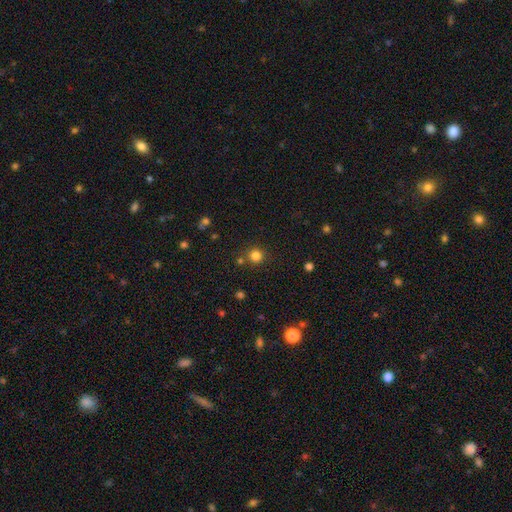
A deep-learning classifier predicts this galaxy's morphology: A smooth galaxy with no disk features (80%) that is round (94%).

Vote fractions:
- Smooth or featured? smooth: 80% / star or artifact: 15% / featured or disk: 5%
- How rounded? round: 94% / in between: 5% / cigar-shaped: 1%
- Merging? none: 81% / merger: 9% / minor disturbance: 7% / major disturbance: 3%